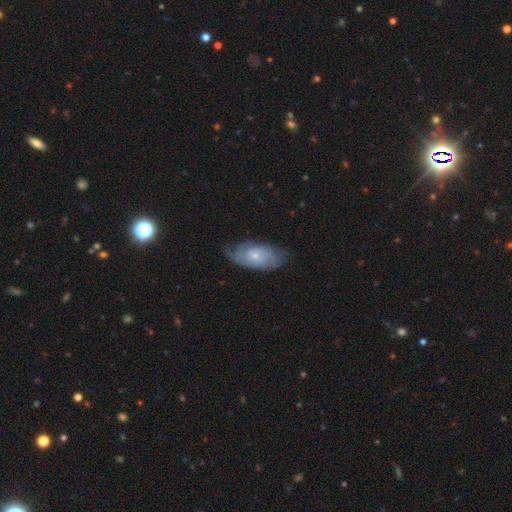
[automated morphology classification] smooth_or_featured: featured or disk (p=0.66) [alt: smooth p=0.28]
disk_edge_on: no (p=0.93) [alt: yes p=0.07]
bar: no (p=0.78) [alt: weak p=0.19]
has_spiral_arms: yes (p=0.87) [alt: no p=0.13]
spiral_winding: tight (p=0.54) [alt: medium p=0.34]
spiral_arm_count: can't tell (p=0.44) [alt: 2 p=0.29]
bulge_size: small (p=0.67) [alt: moderate p=0.28]
merging: none (p=0.66) [alt: minor disturbance p=0.25]